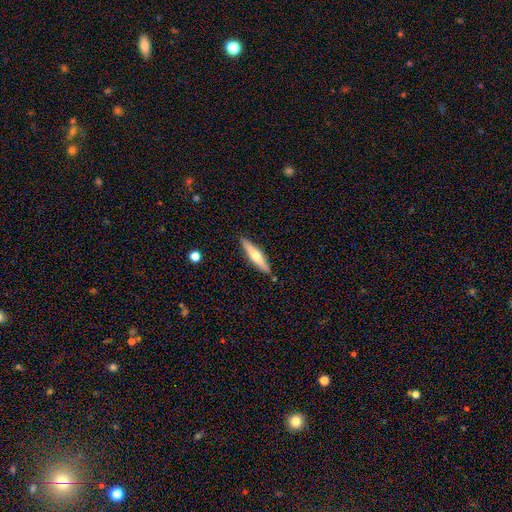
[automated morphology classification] smooth_or_featured: smooth (p=0.49) [alt: featured or disk p=0.45]
merging: none (p=0.86) [alt: minor disturbance p=0.10]